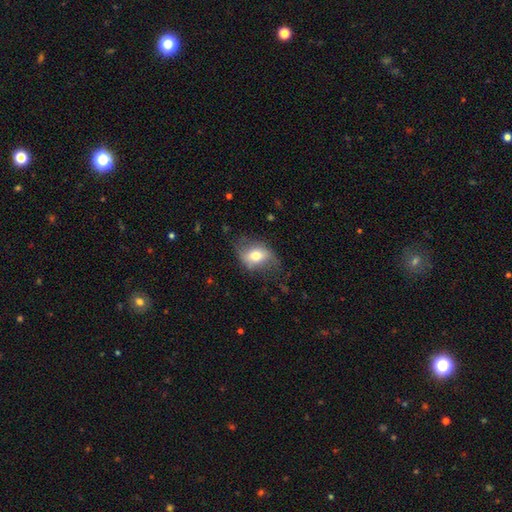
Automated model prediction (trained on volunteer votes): smooth 56%, featured or disk 36%, star or artifact 8%. Down the decision tree: how rounded — in between (75%); merging — none (59%).